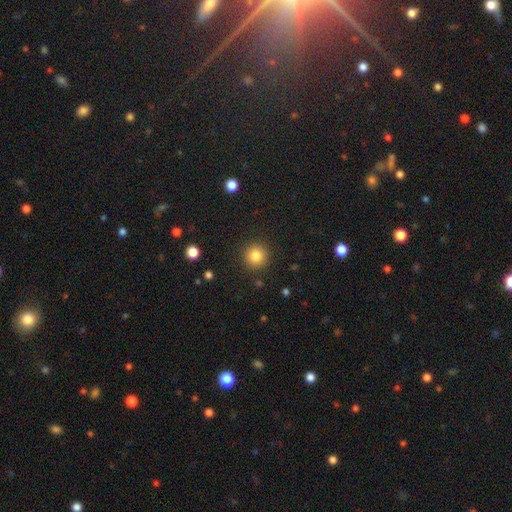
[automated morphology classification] The model was most divided on "smooth or featured": smooth: 83%, star or artifact: 11%, featured or disk: 6%. More confident: how rounded — round (94%); merging — none (91%).